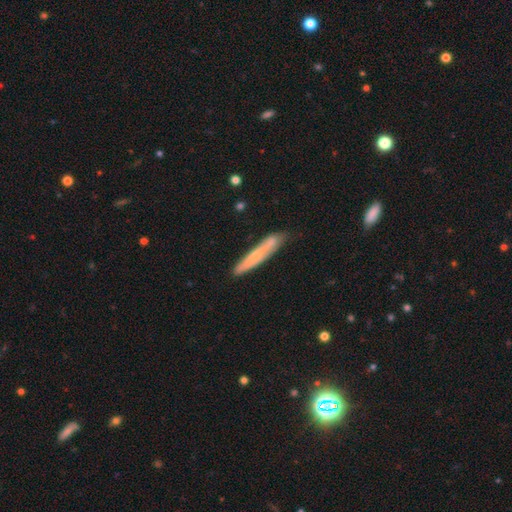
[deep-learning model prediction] smooth-or-featured: smooth: 49% | featured or disk: 44% | star or artifact: 6%
  merging: none: 76% | minor disturbance: 19% | major disturbance: 3% | merger: 2%